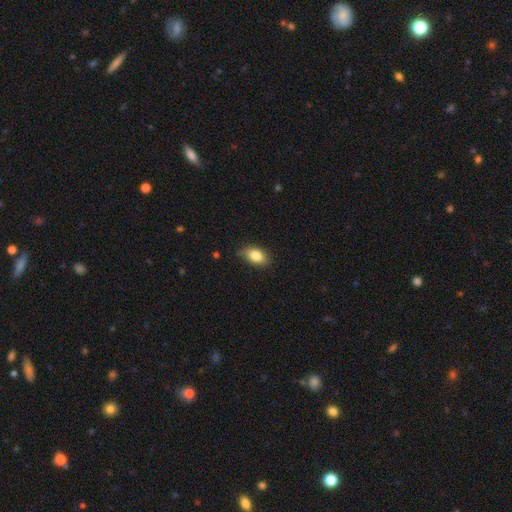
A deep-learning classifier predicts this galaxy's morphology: Q: Smooth or featured?
A: smooth (84%); runner-up: featured or disk (8%)
Q: How rounded?
A: in between (86%); runner-up: round (11%)
Q: Merging?
A: none (73%); runner-up: minor disturbance (22%)